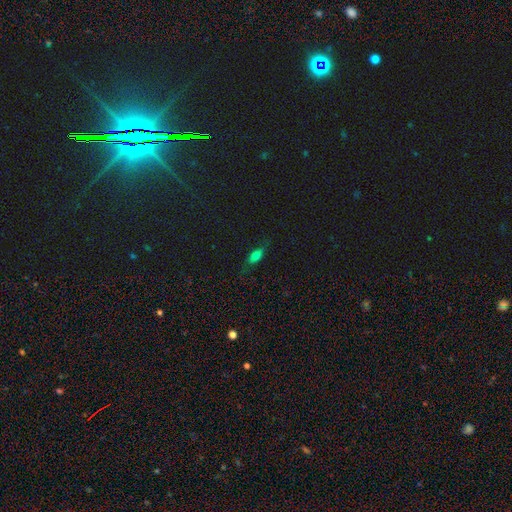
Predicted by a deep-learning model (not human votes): smooth-or-featured: smooth: 66% | featured or disk: 21% | star or artifact: 13%
  how-rounded: in between: 72% | cigar-shaped: 22% | round: 6%
  merging: none: 73% | minor disturbance: 20% | major disturbance: 6% | merger: 1%